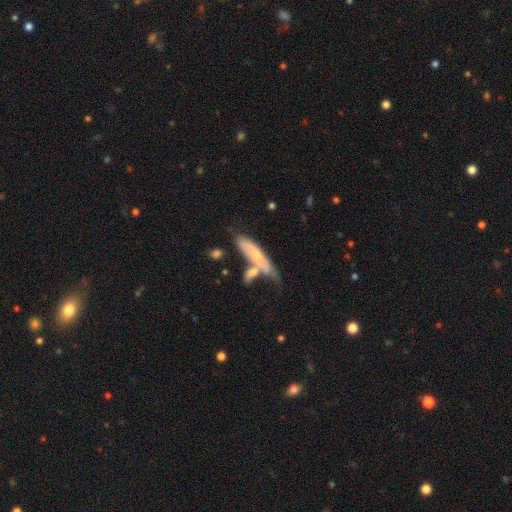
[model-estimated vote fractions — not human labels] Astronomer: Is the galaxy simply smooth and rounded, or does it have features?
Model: smooth — 53% (runner-up: featured or disk, 40%).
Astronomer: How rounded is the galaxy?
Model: cigar-shaped — 67%.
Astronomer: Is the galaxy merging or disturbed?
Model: merger — 34% (runner-up: none, 32%).